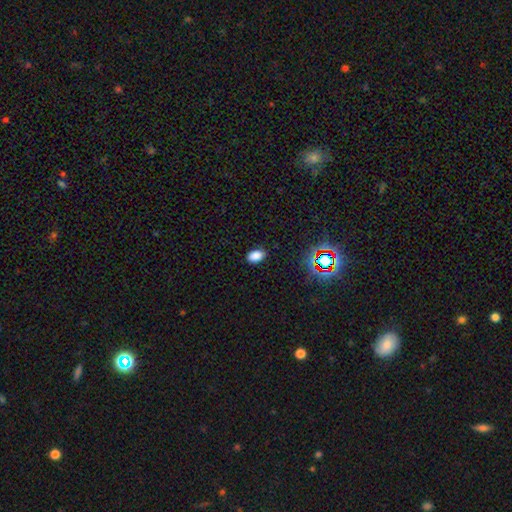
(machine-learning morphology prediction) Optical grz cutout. It shows a smooth galaxy with no disk features (82%) that is in between round and cigar-shaped (89%). Merging: none (86%).